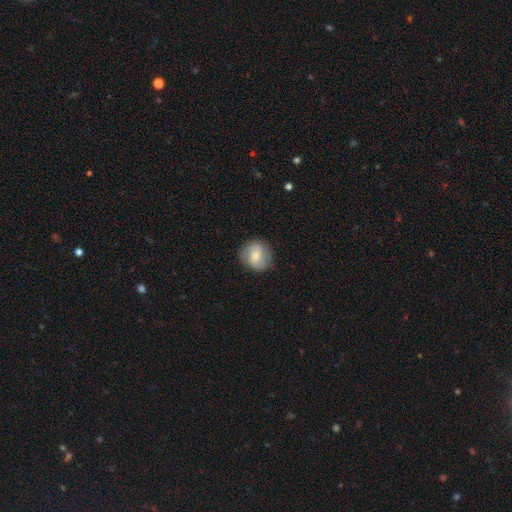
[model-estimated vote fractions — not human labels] Smooth or featured: smooth — 54% (featured or disk — 38%)
How rounded: round — 83% (in between — 16%)
Merging: none — 83% (minor disturbance — 12%)